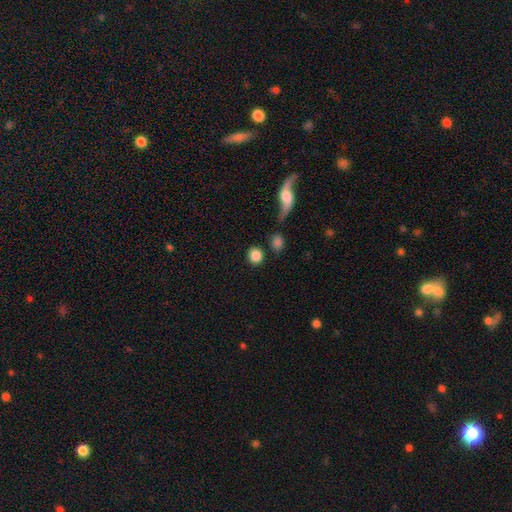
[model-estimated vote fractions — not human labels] Smooth or featured? smooth (85%)
How rounded? round (79%)
Merging? none (78%)